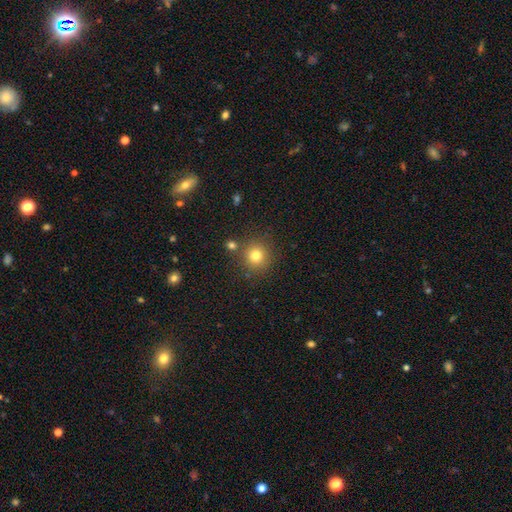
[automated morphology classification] type=smooth (79%); roundness=round (92%); merging=none (81%).